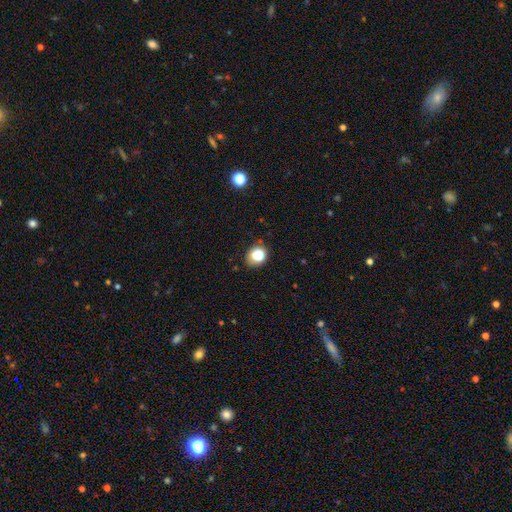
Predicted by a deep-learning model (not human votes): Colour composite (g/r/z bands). It shows a smooth galaxy with no disk features (76%) that is round (66%). Merging: none (79%).